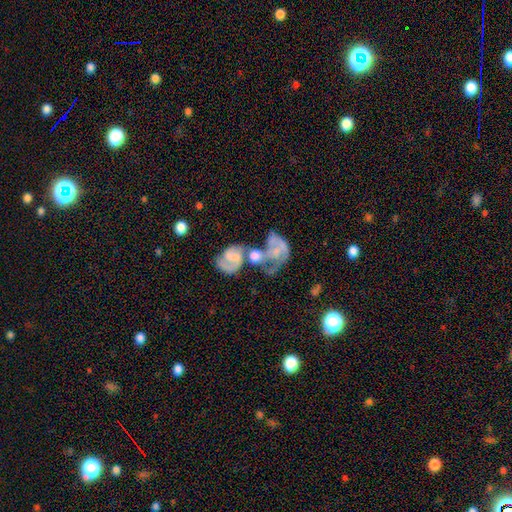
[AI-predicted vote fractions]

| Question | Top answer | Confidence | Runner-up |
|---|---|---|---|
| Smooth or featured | featured or disk | 67% | smooth (20%) |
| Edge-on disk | no | 97% | yes (3%) |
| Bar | no | 66% | weak (25%) |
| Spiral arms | yes | 74% | no (26%) |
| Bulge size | small | 39% | moderate (28%) |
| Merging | merger | 63% | none (15%) |